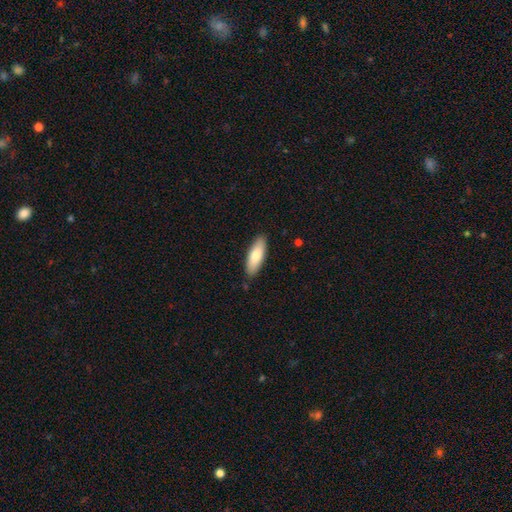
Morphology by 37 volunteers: smooth-or-featured: smooth: 86% | featured or disk: 11% | star or artifact: 3%
  how-rounded: in between: 50% (tied) | cigar-shaped: 50% (tied) | round: 0%
  merging: none: 81% | minor disturbance: 17% | major disturbance: 3% | merger: 0%